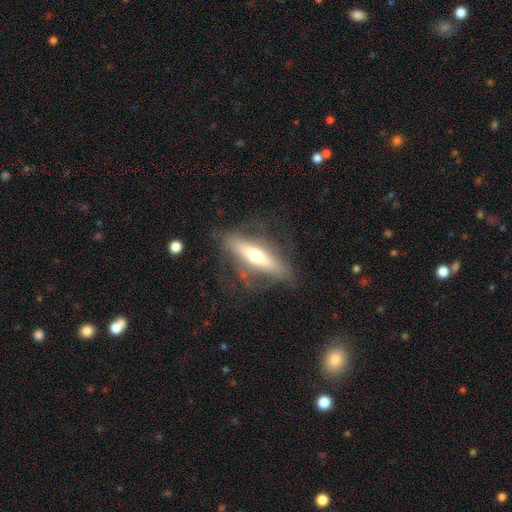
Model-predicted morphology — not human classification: Overall: featured or disk (64%; smooth 30%). Edge-on disk: yes (64%; no 36%). Merging: none (67%).